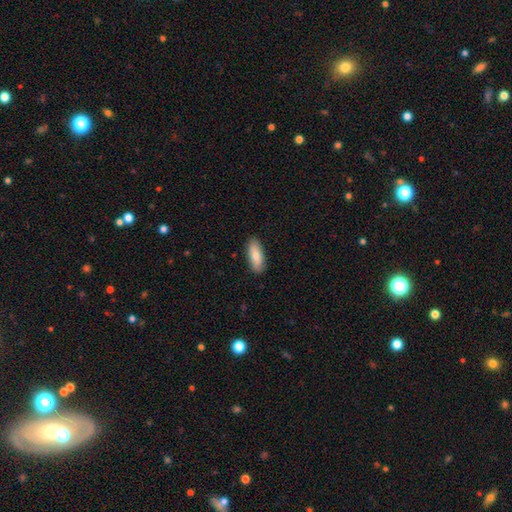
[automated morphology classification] smooth-or-featured: smooth: 79% | featured or disk: 16% | star or artifact: 6%
  how-rounded: in between: 77% | cigar-shaped: 21% | round: 2%
  merging: none: 88% | minor disturbance: 9% | major disturbance: 2% | merger: 1%